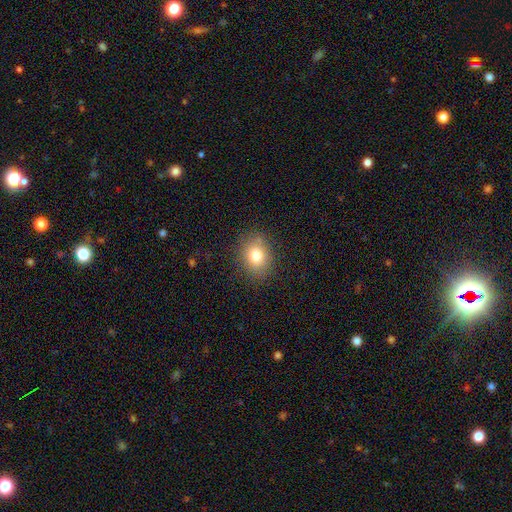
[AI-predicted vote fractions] smooth_or_featured: smooth (p=0.79) [alt: star or artifact p=0.11]
how_rounded: round (p=0.51) [alt: in between p=0.48]
merging: none (p=0.84) [alt: minor disturbance p=0.11]